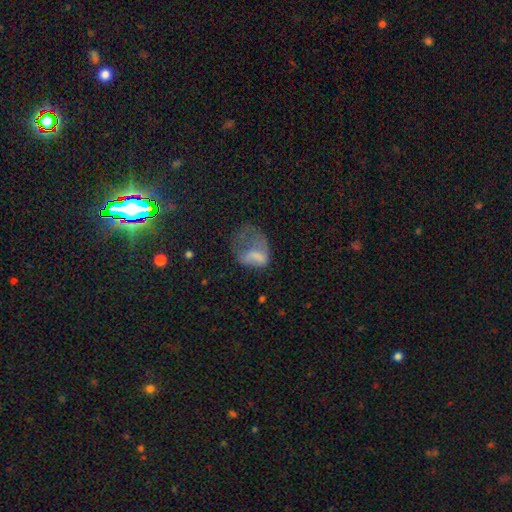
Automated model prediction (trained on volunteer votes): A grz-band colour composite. It shows a smooth galaxy with no disk features (58%) that is in between round and cigar-shaped (78%). Merging: major disturbance (65%).